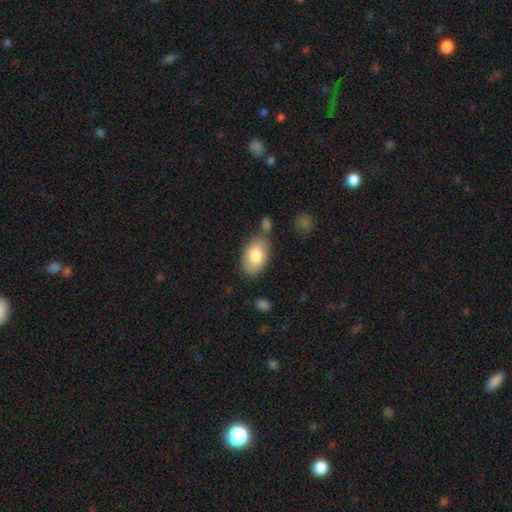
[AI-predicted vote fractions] smooth-or-featured: smooth: 79% | featured or disk: 15% | star or artifact: 6%
  how-rounded: in between: 93% | round: 6% | cigar-shaped: 1%
  merging: none: 69% | minor disturbance: 16% | merger: 10% | major disturbance: 4%